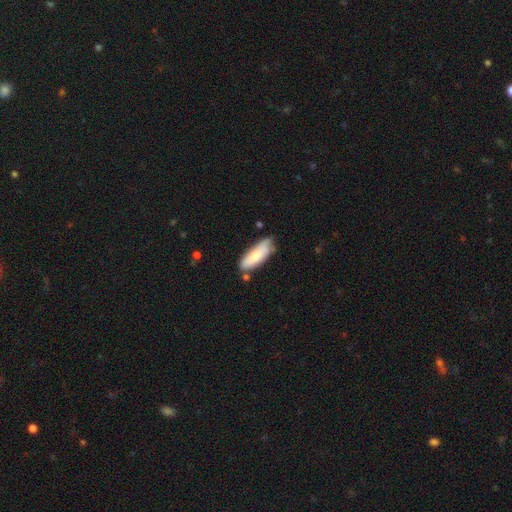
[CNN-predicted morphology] Smooth or featured: smooth — 73% (featured or disk — 21%)
How rounded: in between — 63% (cigar-shaped — 35%)
Merging: none — 61% (minor disturbance — 27%)